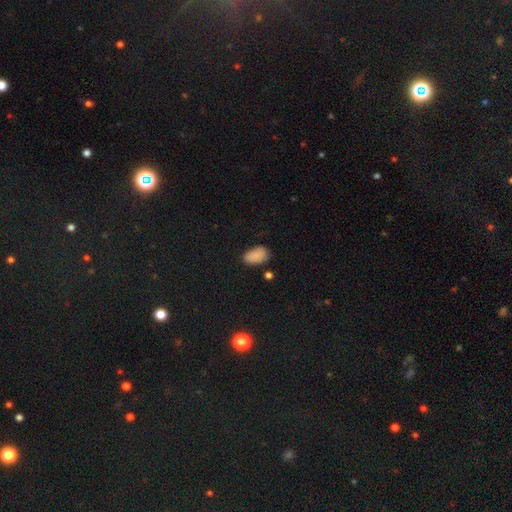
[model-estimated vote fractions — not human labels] Smooth or featured? smooth (87%)
How rounded? in between (93%)
Merging? none (73%)